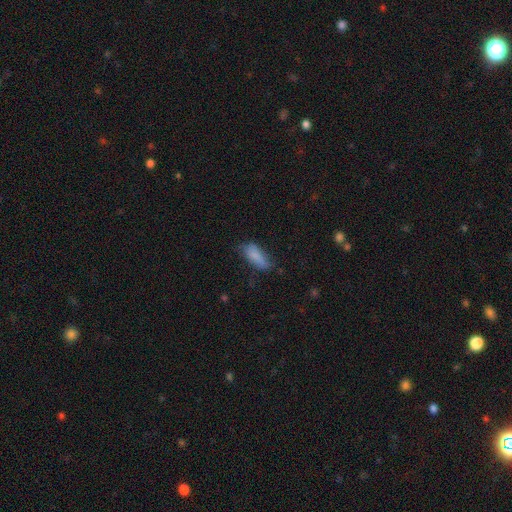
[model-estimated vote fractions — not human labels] Overall: smooth (81%). How rounded: in between (73%). Merging: none (51%; minor disturbance 35%).